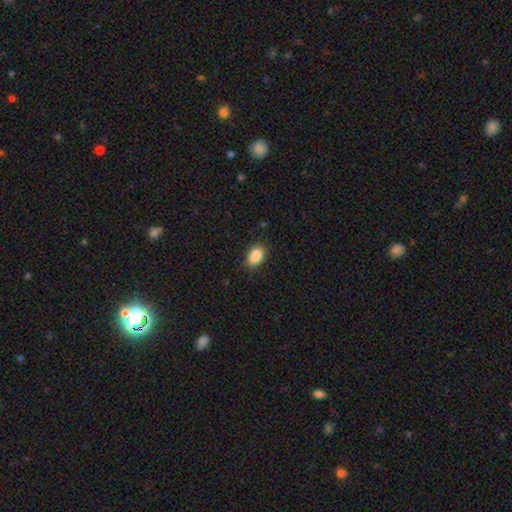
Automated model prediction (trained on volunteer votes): This is clearly a smooth galaxy (89%). How rounded: clearly in between (89%). Merging: clearly none (85%).